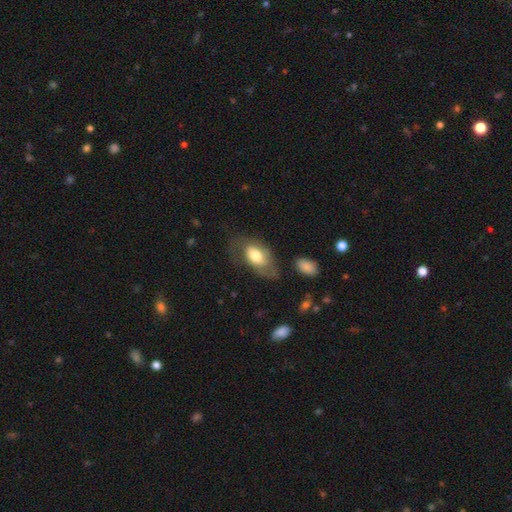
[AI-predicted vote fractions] A smooth galaxy with no disk features (63%) that is in between round and cigar-shaped (91%).

Vote fractions:
- Smooth or featured? smooth: 63% / featured or disk: 31% / star or artifact: 7%
- How rounded? in between: 91% / round: 7% / cigar-shaped: 3%
- Merging? none: 50% / minor disturbance: 26% / major disturbance: 22% / merger: 3%